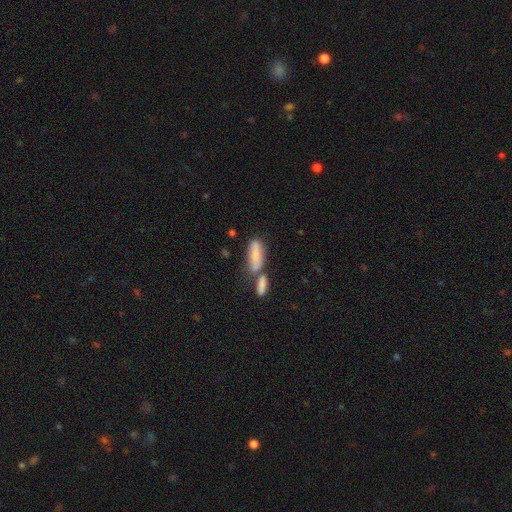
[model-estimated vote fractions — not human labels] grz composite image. It shows a smooth galaxy with no disk features (75%) that is in between round and cigar-shaped (69%). Merging: merger (50%).